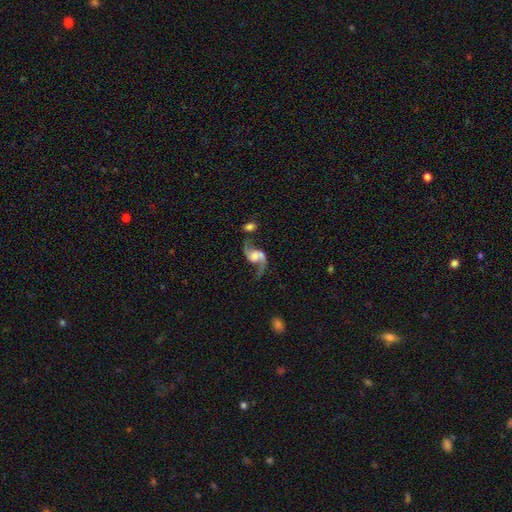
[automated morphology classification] This is clearly a featured or disk galaxy (88%). It is clearly not viewed edge-on (97%). Bar: possibly no (56%). Spiral arm pattern: clearly yes (96%). Spiral arm count: clearly 2 (92%). Spiral winding: clearly loose (81%). Central bulge: marginally moderate (40%). Merging: possibly none (54%).